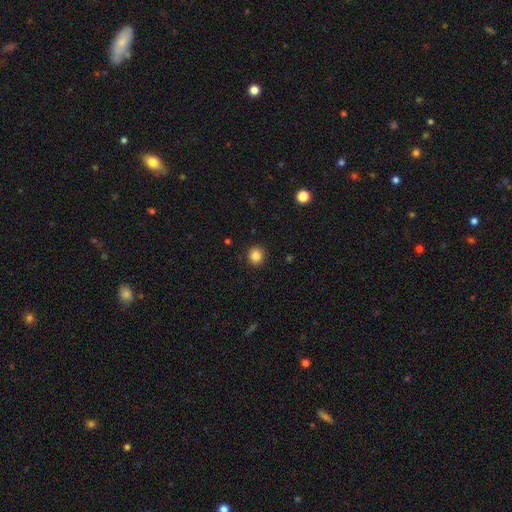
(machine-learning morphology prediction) A smooth galaxy with no disk features (85%) that is round (90%). Merging: none (92%).